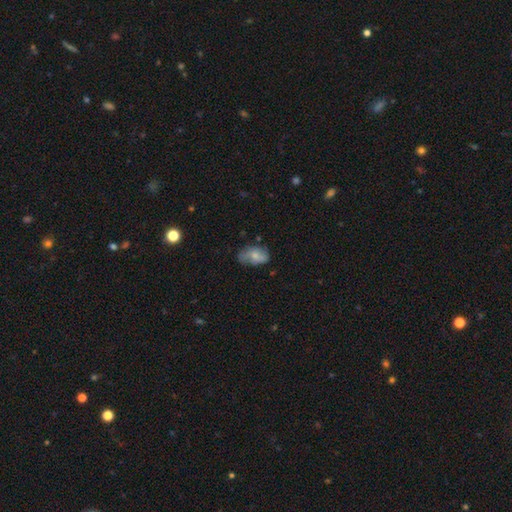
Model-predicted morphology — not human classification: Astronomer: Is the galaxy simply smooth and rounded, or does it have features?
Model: smooth — 63%.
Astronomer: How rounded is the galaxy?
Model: in between — 90%.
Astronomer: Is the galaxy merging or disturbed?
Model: none — 53% (runner-up: minor disturbance, 34%).